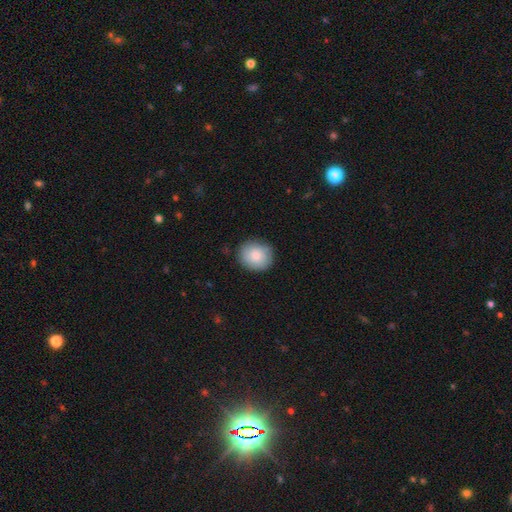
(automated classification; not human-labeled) Smooth or featured? Predicted: smooth (p=0.77). How rounded? Predicted: round (p=0.76). Merging? Predicted: none (p=0.84).